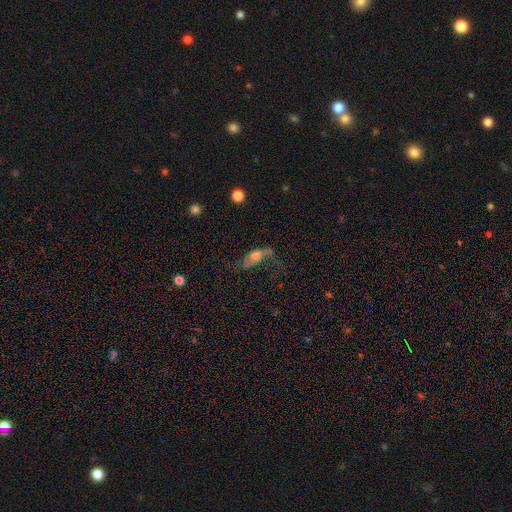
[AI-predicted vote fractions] A featured or disk galaxy (48%). Merging: major disturbance (37%).